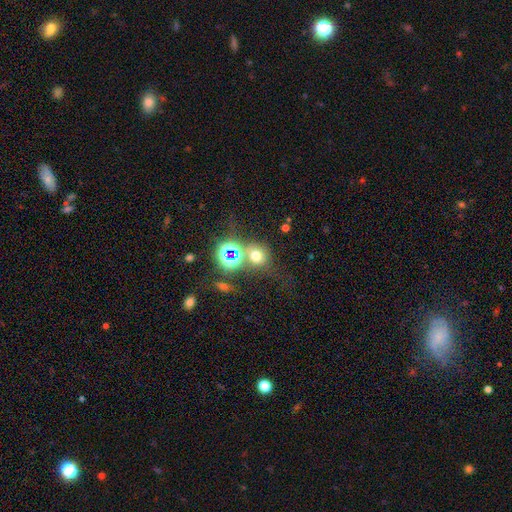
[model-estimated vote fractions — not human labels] The model was most divided on "smooth or featured": smooth: 59%, star or artifact: 31%, featured or disk: 10%. More confident: how rounded — round (79%); merging — none (61%).